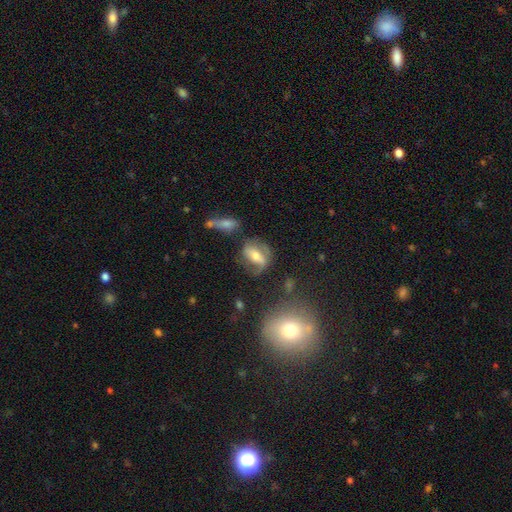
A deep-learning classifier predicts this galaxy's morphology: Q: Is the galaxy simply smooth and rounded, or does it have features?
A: featured or disk — 55%.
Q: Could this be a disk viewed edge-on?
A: no — 86%.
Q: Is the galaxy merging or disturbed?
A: none — 59%.